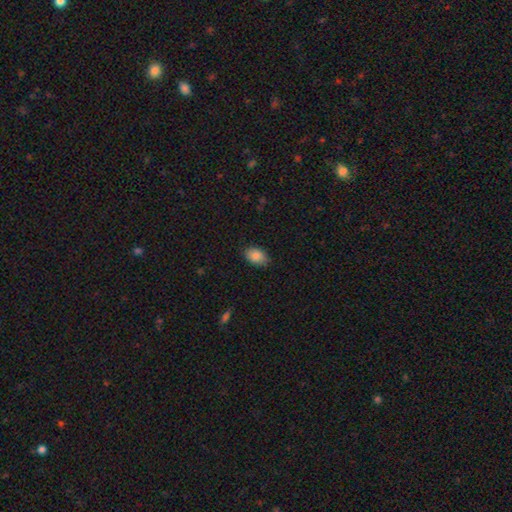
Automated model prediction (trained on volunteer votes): Overall: smooth (86%). How rounded: in between (85%). Merging: none (85%).